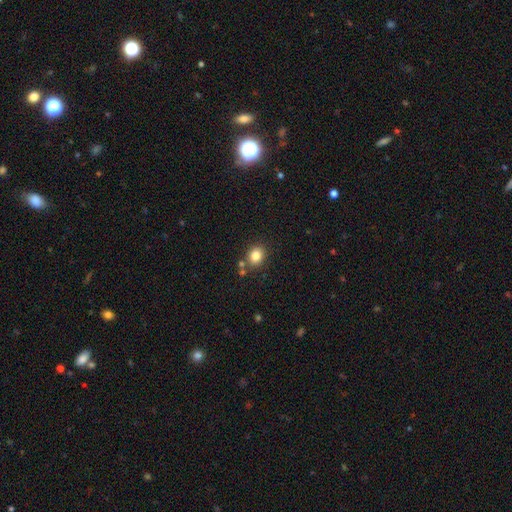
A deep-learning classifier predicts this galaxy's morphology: Q: Smooth or featured?
A: smooth (83%); runner-up: star or artifact (11%)
Q: How rounded?
A: round (58%); runner-up: in between (41%)
Q: Merging?
A: none (77%); runner-up: minor disturbance (11%)